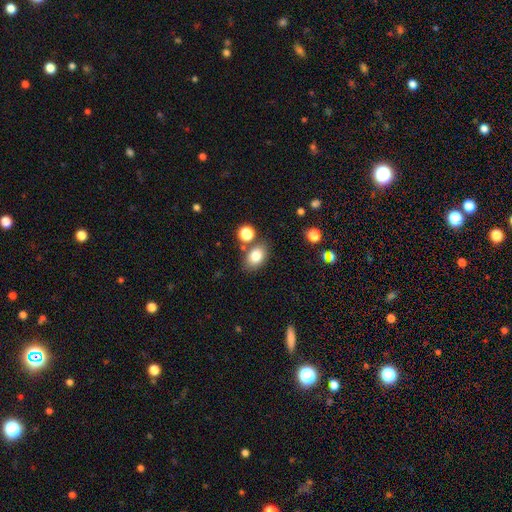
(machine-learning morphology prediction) type=smooth (81%); roundness=in between (78%); merging=none (74%).